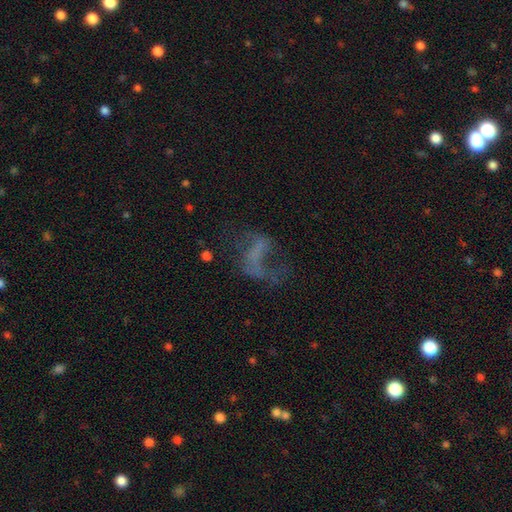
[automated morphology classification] Q: Smooth or featured?
A: featured or disk (52%); runner-up: smooth (25%)
Q: Edge-on disk?
A: no (95%); runner-up: yes (5%)
Q: Merging?
A: major disturbance (46%); runner-up: none (33%)